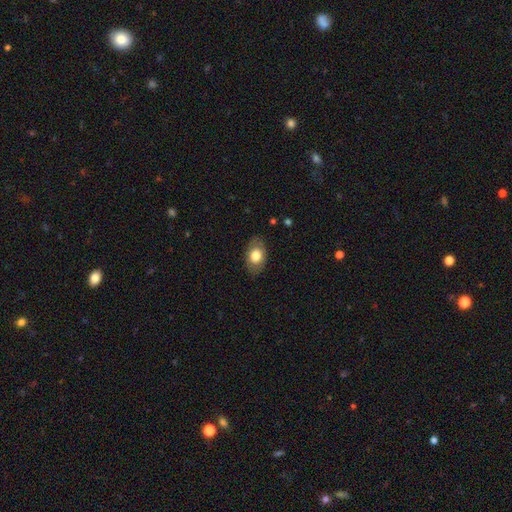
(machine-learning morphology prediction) Smooth or featured? smooth (75%)
How rounded? in between (86%)
Merging? none (82%)